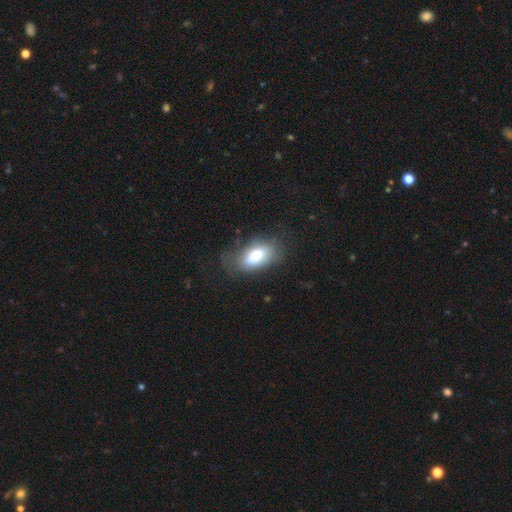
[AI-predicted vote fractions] Q: Smooth or featured?
A: smooth (73%); runner-up: featured or disk (18%)
Q: How rounded?
A: in between (90%); runner-up: round (5%)
Q: Merging?
A: none (65%); runner-up: minor disturbance (22%)